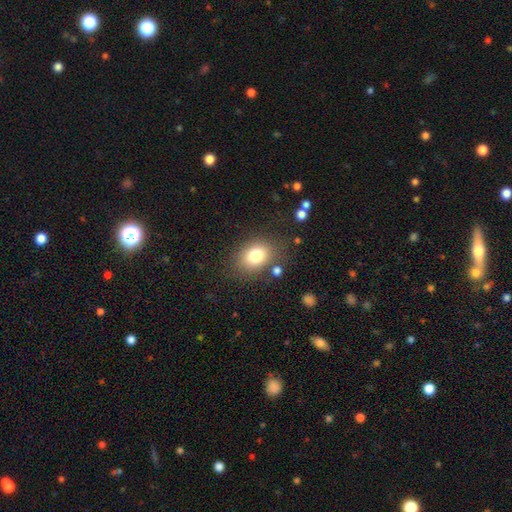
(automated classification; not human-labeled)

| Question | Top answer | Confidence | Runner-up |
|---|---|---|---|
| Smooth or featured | smooth | 79% | star or artifact (11%) |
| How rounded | in between | 62% | round (37%) |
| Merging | none | 76% | minor disturbance (14%) |